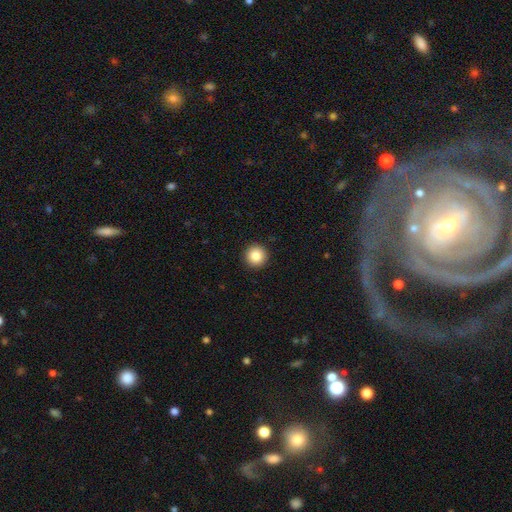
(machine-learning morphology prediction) Overall: smooth (85%). How rounded: round (96%). Merging: none (93%).